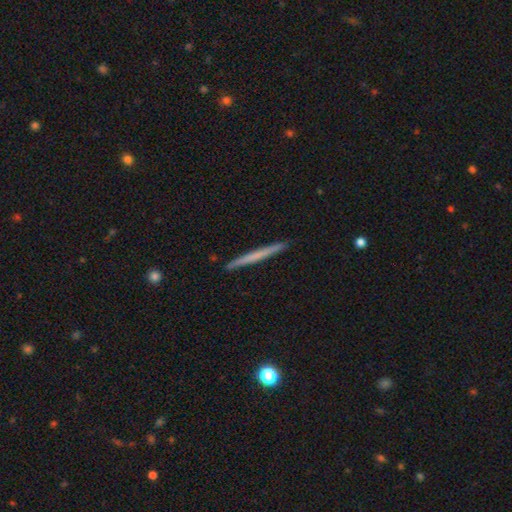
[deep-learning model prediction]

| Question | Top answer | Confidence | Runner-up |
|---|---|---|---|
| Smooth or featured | smooth | 50% | featured or disk (45%) |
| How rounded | cigar-shaped | 97% | in between (2%) |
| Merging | none | 92% | minor disturbance (6%) |